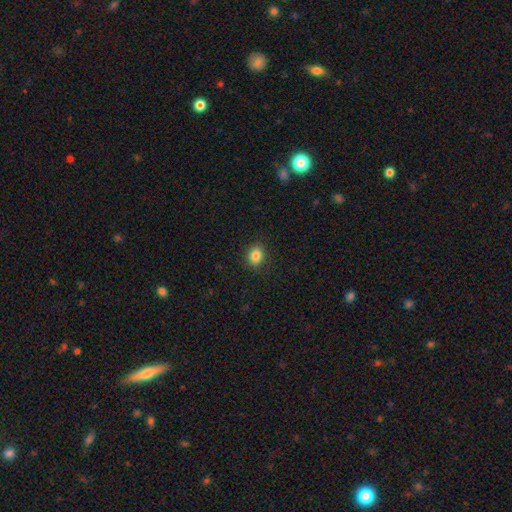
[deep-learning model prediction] Smooth or featured? Predicted: smooth (p=0.84). How rounded? Predicted: in between (p=0.60). Merging? Predicted: none (p=0.88).